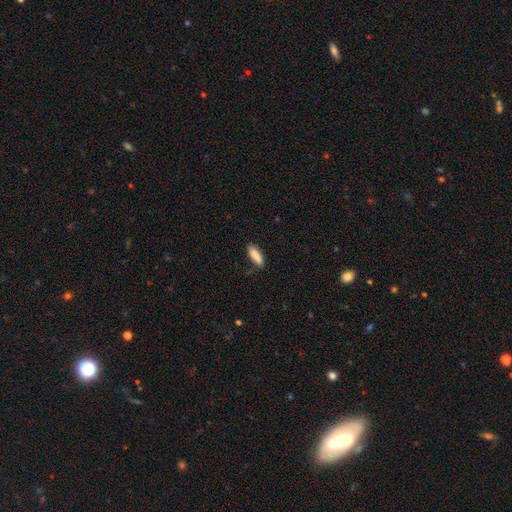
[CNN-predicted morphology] This appears to be a smooth galaxy with no disk features (86%) that is in between round and cigar-shaped (52%). Merging: none (69%).